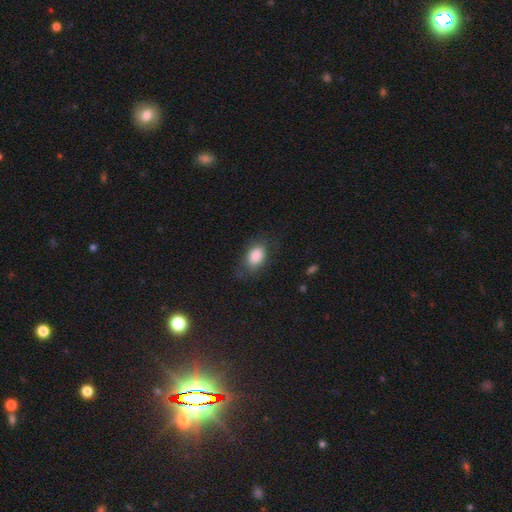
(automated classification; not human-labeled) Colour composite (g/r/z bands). It shows a smooth galaxy with no disk features (86%) that is in between round and cigar-shaped (84%). Merging: none (69%).